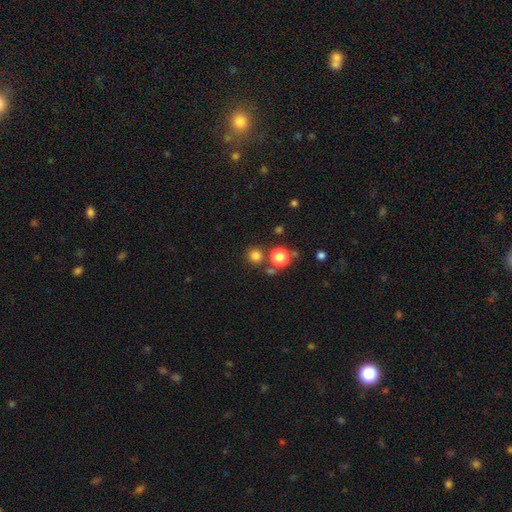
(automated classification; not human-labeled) smooth 79%, star or artifact 16%, featured or disk 5%. Down the decision tree: how rounded — round (93%); merging — none (79%).